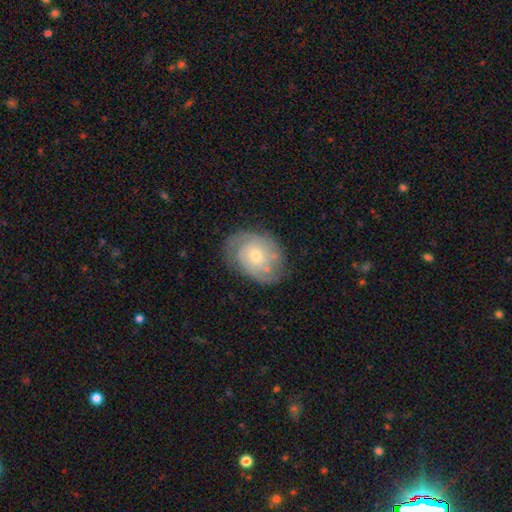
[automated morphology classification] A featured or disk galaxy (65%) with no bar (79%), 2 (39%) tight (59%) spiral arms (84%) and a small central bulge (53%).

Vote fractions:
- Smooth or featured? featured or disk: 65% / smooth: 28% / star or artifact: 7%
- Edge-on disk? no: 96% / yes: 4%
- Bar? no: 79% / weak: 18% / strong: 3%
- Spiral arms? yes: 84% / no: 16%
- Spiral winding? tight: 59% / medium: 30% / loose: 11%
- Spiral arm count? 2: 39% / can't tell: 36% / 3: 11% / 1: 8% / 4: 3% / more than 4: 3%
- Bulge size? small: 53% / moderate: 43% / large: 2% / none: 1% / dominant: 1%
- Merging? none: 69% / minor disturbance: 22% / major disturbance: 8% / merger: 2%